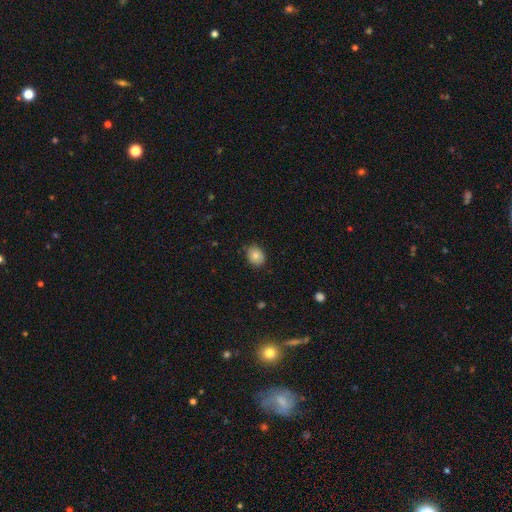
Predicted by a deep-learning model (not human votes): smooth 82%, featured or disk 9%, star or artifact 9%. Down the decision tree: how rounded — round (54%); merging — none (81%).